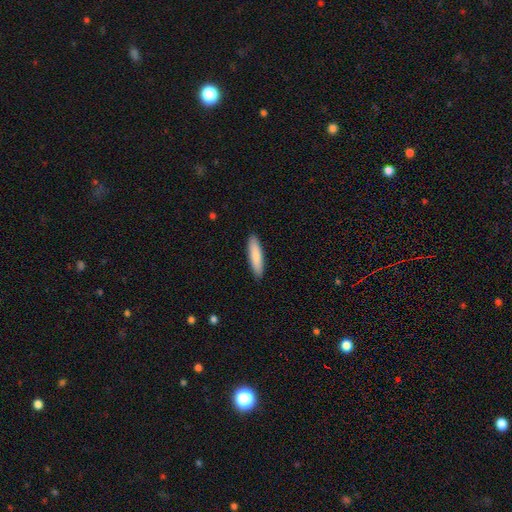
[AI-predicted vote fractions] Q: Smooth or featured?
A: smooth (85%); runner-up: featured or disk (9%)
Q: How rounded?
A: cigar-shaped (77%); runner-up: in between (22%)
Q: Merging?
A: none (91%); runner-up: minor disturbance (7%)